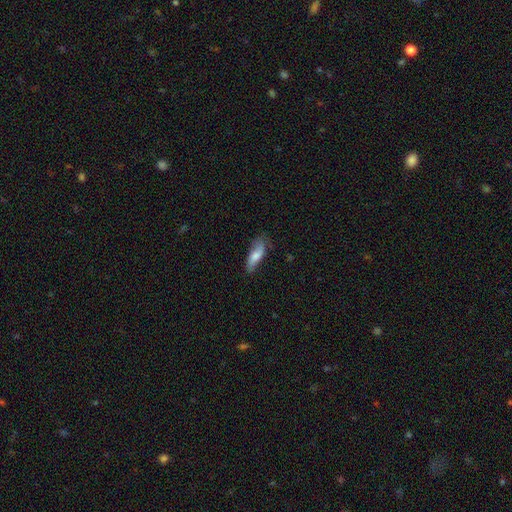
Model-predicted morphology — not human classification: The model was most divided on "how rounded": in between: 51%, cigar-shaped: 46%, round: 2%. More confident: merging — none (66%); smooth or featured — smooth (64%).